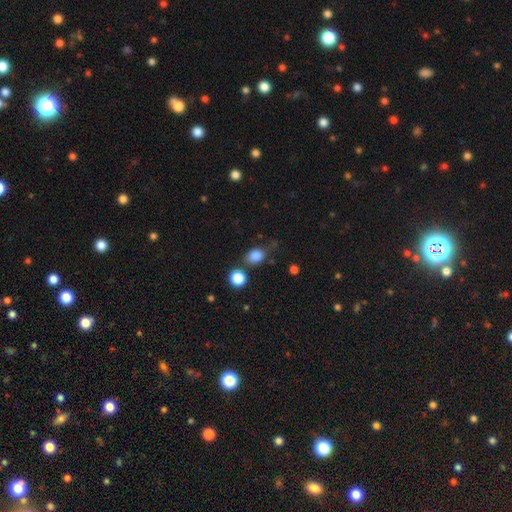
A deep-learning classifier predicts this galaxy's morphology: type=smooth (84%); roundness=in between (63%); merging=none (68%).